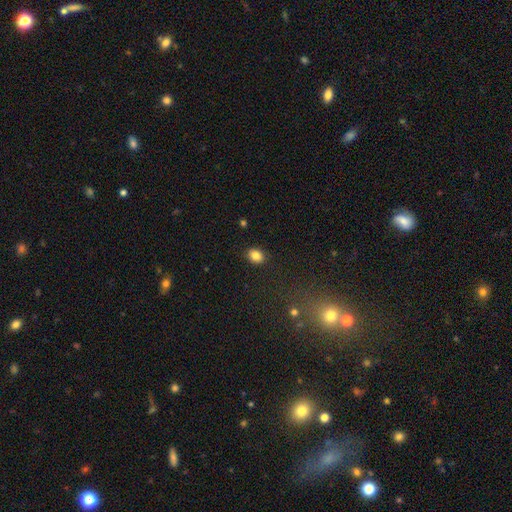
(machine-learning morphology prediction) A smooth galaxy with no disk features (85%) that is in between round and cigar-shaped (54%). Merging: none (89%).